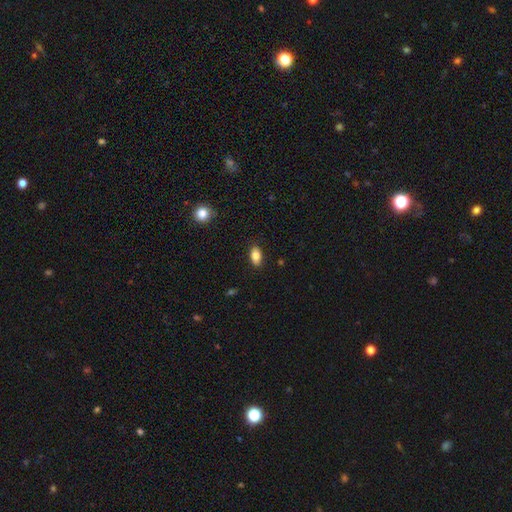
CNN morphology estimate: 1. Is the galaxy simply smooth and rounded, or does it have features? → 82% smooth, 10% featured or disk, 8% star or artifact.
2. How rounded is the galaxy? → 90% in between, 6% round, 4% cigar-shaped.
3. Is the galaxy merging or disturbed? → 87% none, 10% minor disturbance, 2% major disturbance, 1% merger.